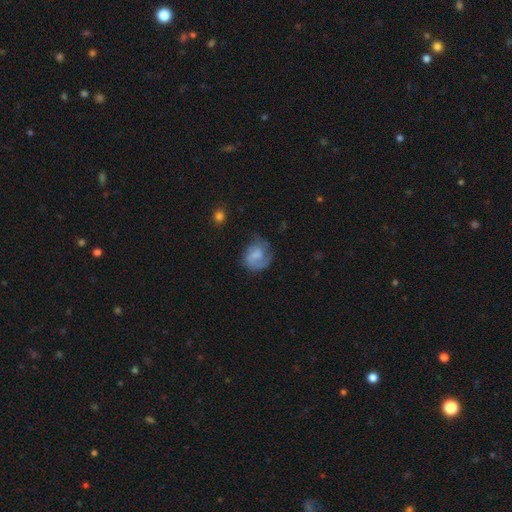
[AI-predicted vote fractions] Smooth or featured?
  - smooth: 47% *
  - featured or disk: 44%
  - star or artifact: 8%
Merging?
  - none: 49% *
  - minor disturbance: 27%
  - major disturbance: 22%
  - merger: 2%